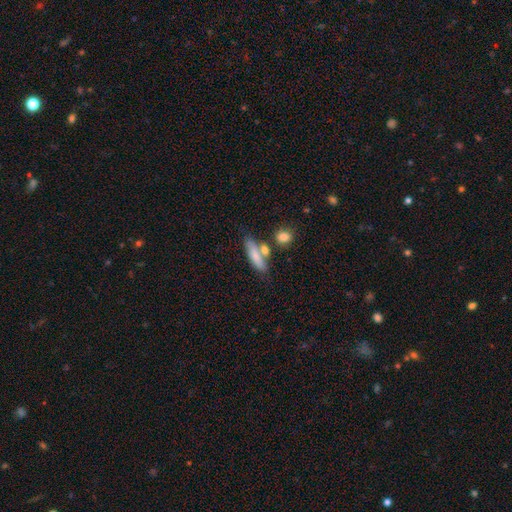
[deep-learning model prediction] Morphology: type=smooth (77%); roundness=cigar-shaped (52%); merging=none (55%).